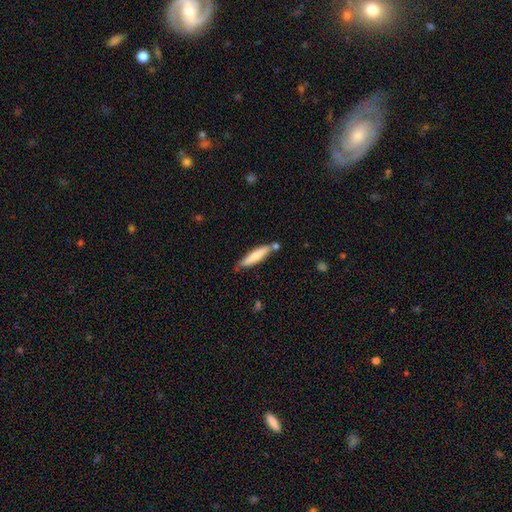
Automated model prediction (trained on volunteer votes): Q: Smooth or featured?
A: smooth (70%); runner-up: featured or disk (25%)
Q: How rounded?
A: cigar-shaped (84%); runner-up: in between (14%)
Q: Merging?
A: none (69%); runner-up: minor disturbance (17%)